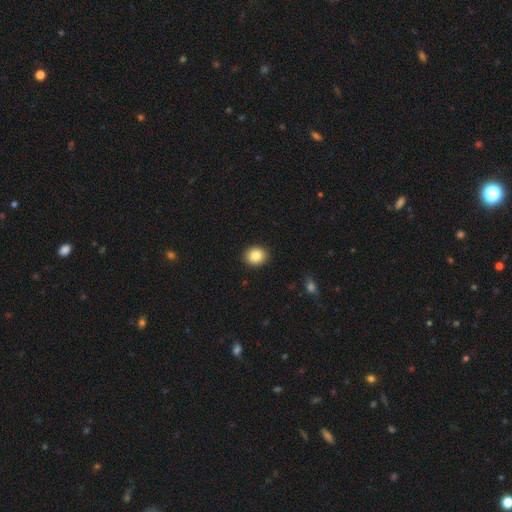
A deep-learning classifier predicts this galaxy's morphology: smooth_or_featured: smooth (p=0.85) [alt: star or artifact p=0.09]
how_rounded: round (p=0.76) [alt: in between p=0.23]
merging: none (p=0.91) [alt: minor disturbance p=0.06]